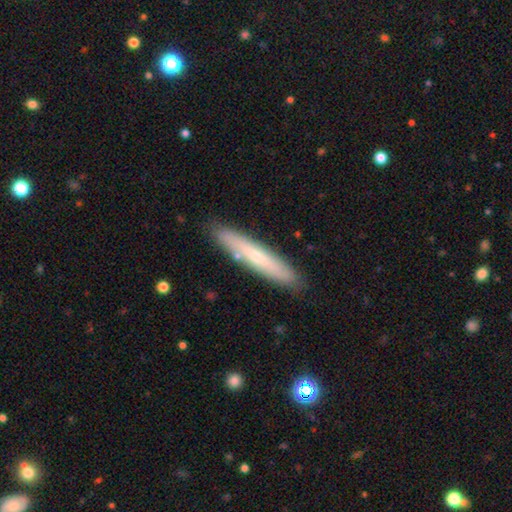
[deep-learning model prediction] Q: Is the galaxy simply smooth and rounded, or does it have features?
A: smooth — 57%.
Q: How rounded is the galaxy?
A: cigar-shaped — 91%.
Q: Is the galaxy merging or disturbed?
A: none — 86%.